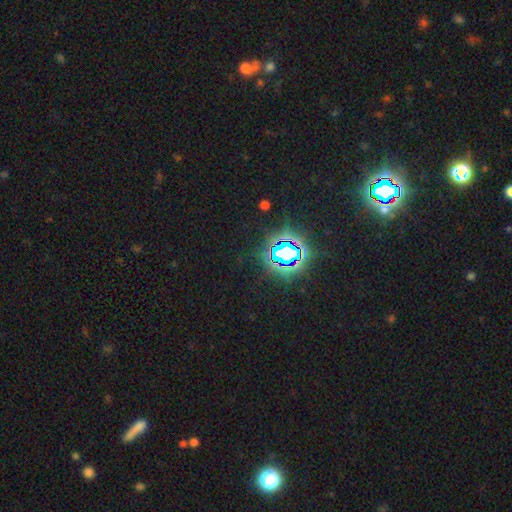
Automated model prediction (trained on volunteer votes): This appears to be a star or artifact, not a galaxy (80%).